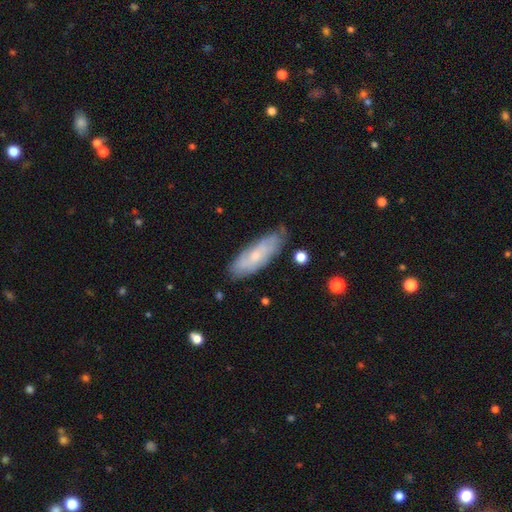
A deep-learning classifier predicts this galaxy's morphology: This appears to be a smooth galaxy with no disk features (50%) that is in between round and cigar-shaped (56%). Merging: none (70%).